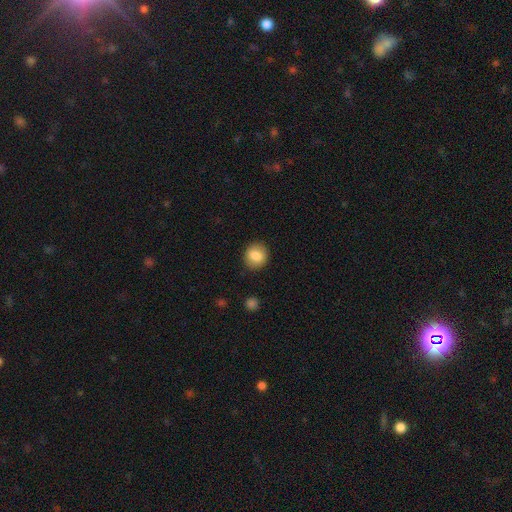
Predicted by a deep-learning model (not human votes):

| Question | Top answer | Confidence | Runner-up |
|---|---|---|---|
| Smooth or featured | smooth | 84% | star or artifact (8%) |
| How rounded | round | 77% | in between (22%) |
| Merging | none | 87% | minor disturbance (9%) |